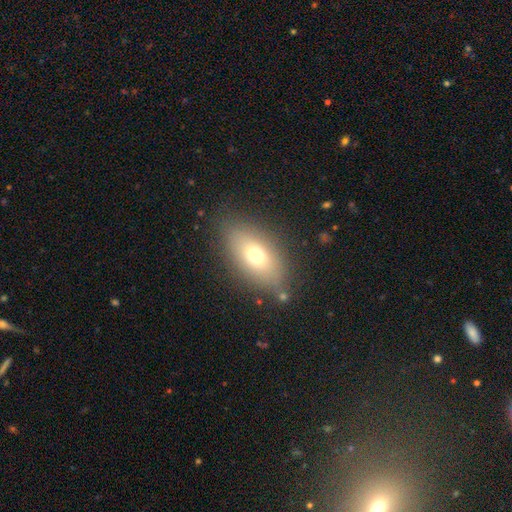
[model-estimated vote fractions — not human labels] A smooth galaxy with no disk features (69%) that is in between round and cigar-shaped (85%).

Vote fractions:
- Smooth or featured? smooth: 69% / featured or disk: 20% / star or artifact: 10%
- How rounded? in between: 85% / cigar-shaped: 7% / round: 7%
- Merging? none: 80% / minor disturbance: 13% / major disturbance: 4% / merger: 3%